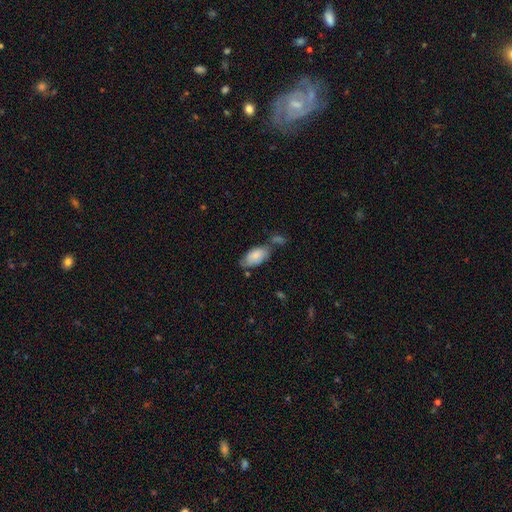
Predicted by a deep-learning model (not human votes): Smooth or featured? Predicted: smooth (p=0.80). How rounded? Predicted: in between (p=0.93). Merging? Predicted: none (p=0.48).